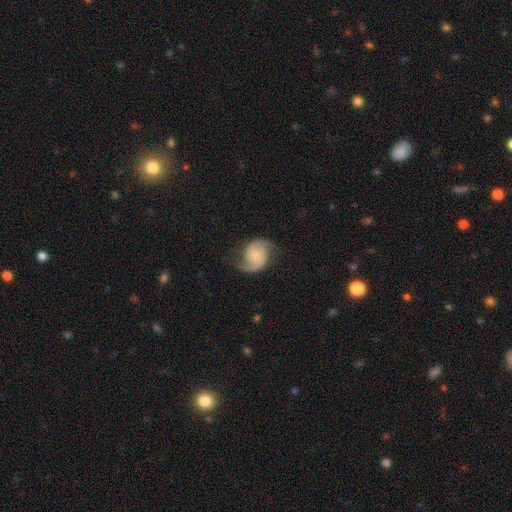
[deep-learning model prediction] Smooth or featured: featured or disk — 76% (smooth — 17%)
Edge-on disk: no — 98% (yes — 2%)
Bar: no — 68% (weak — 27%)
Spiral arms: yes — 95% (no — 5%)
Spiral winding: medium — 43% (loose — 40%)
Spiral arm count: 2 — 90% (can't tell — 3%)
Bulge size: small — 57% (moderate — 24%)
Merging: none — 69% (minor disturbance — 19%)